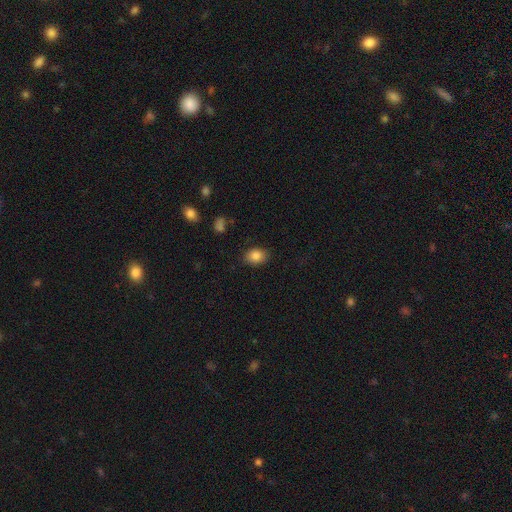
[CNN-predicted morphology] Smooth or featured? Predicted: smooth (p=0.85). How rounded? Predicted: in between (p=0.74). Merging? Predicted: none (p=0.85).